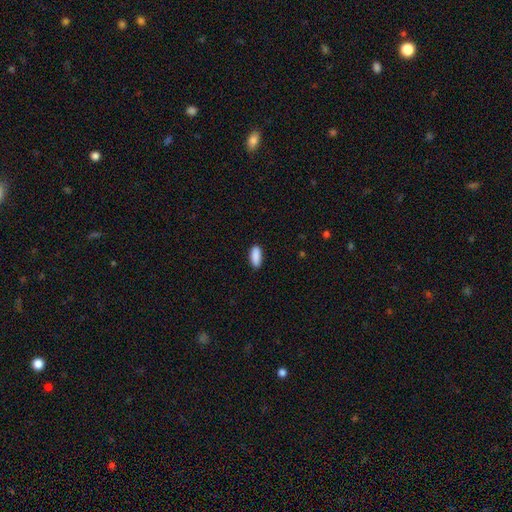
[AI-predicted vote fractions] smooth_or_featured: smooth (p=0.90) [alt: star or artifact p=0.06]
how_rounded: in between (p=0.83) [alt: cigar-shaped p=0.15]
merging: none (p=0.87) [alt: minor disturbance p=0.10]